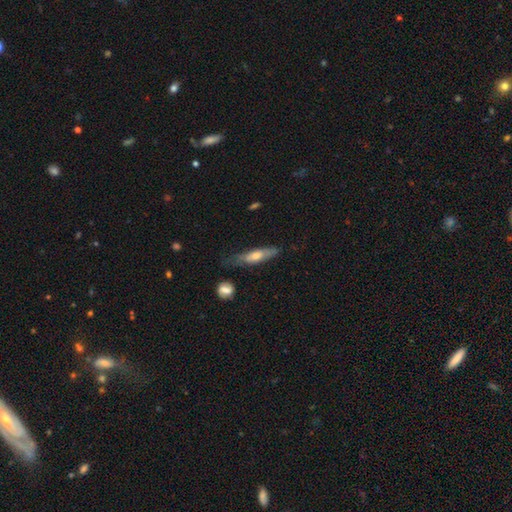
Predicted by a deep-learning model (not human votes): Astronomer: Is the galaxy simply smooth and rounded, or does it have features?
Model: smooth — 49% (runner-up: featured or disk, 44%).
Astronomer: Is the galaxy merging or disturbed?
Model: none — 62%.